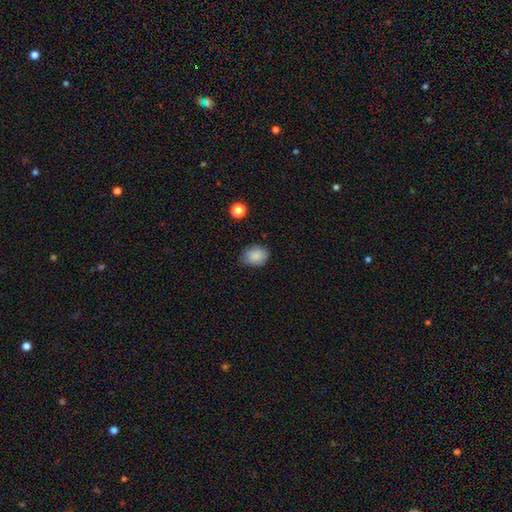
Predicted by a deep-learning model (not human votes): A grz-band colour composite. It shows a smooth galaxy with no disk features (87%) that is in between round and cigar-shaped (58%). Merging: none (78%).